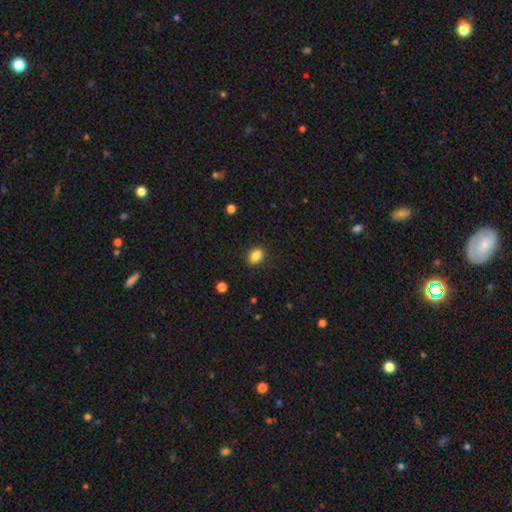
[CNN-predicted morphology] Q: Smooth or featured?
A: smooth (86%); runner-up: star or artifact (9%)
Q: How rounded?
A: in between (78%); runner-up: round (20%)
Q: Merging?
A: none (87%); runner-up: minor disturbance (10%)